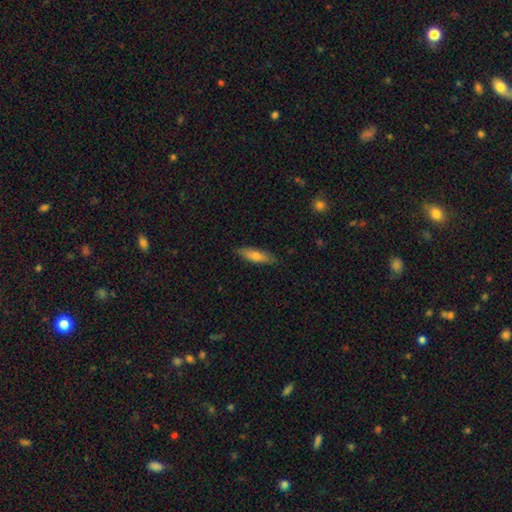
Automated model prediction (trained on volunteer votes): smooth 70%, featured or disk 24%, star or artifact 6%. Down the decision tree: how rounded — cigar-shaped (58%); merging — none (85%).